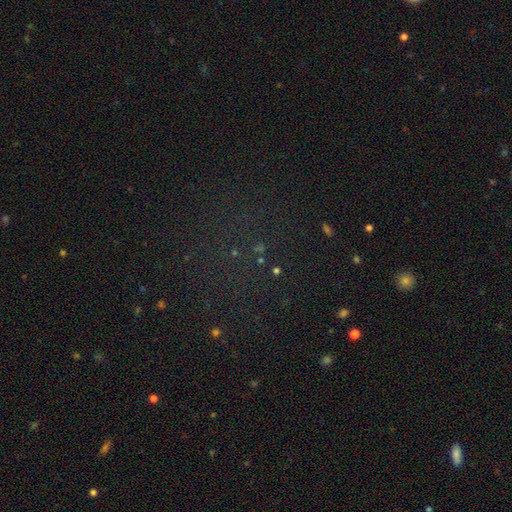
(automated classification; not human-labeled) smooth-or-featured: star or artifact: 64% | smooth: 22% | featured or disk: 13%